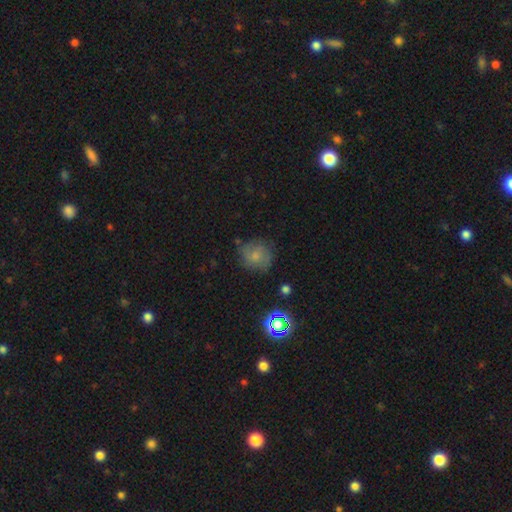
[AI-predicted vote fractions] A smooth galaxy with no disk features (54%) that is round (82%). Merging: none (66%).